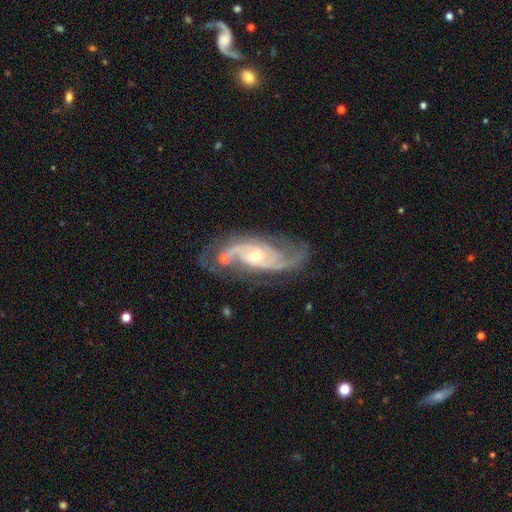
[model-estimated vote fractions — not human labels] A featured or disk galaxy (90%) with no bar (66%), 2 (66%) medium (48%) spiral arms (97%) and a small central bulge (48%, tied with moderate).

Vote fractions:
- Smooth or featured? featured or disk: 90% / star or artifact: 5% / smooth: 5%
- Edge-on disk? no: 95% / yes: 5%
- Bar? no: 66% / weak: 25% / strong: 9%
- Spiral arms? yes: 97% / no: 3%
- Spiral winding? medium: 48% / tight: 30% / loose: 22%
- Spiral arm count? 2: 66% / 3: 15% / can't tell: 9% / 4: 4% / 1: 3% / more than 4: 3%
- Bulge size? small: 48% (tied) / moderate: 48% (tied) / large: 2% / none: 1% / dominant: 1%
- Merging? none: 60% / minor disturbance: 19% / major disturbance: 14% / merger: 7%